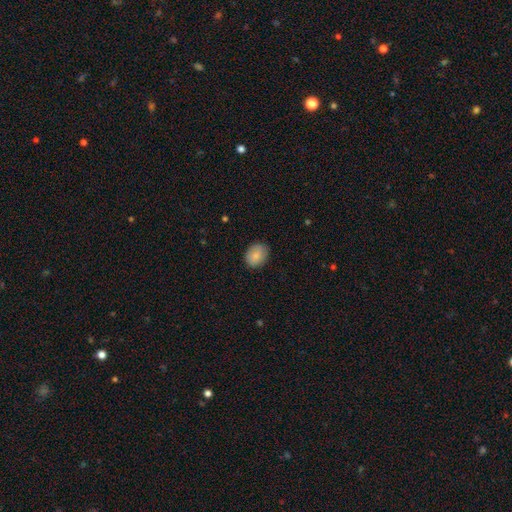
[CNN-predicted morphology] This is clearly a smooth galaxy (86%). How rounded: possibly in between (56%). Merging: clearly none (85%).